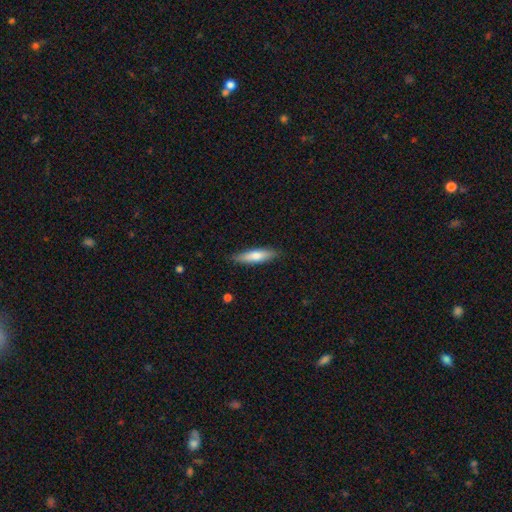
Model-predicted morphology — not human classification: Smooth or featured? Predicted: smooth (p=0.71). How rounded? Predicted: cigar-shaped (p=0.69). Merging? Predicted: none (p=0.86).